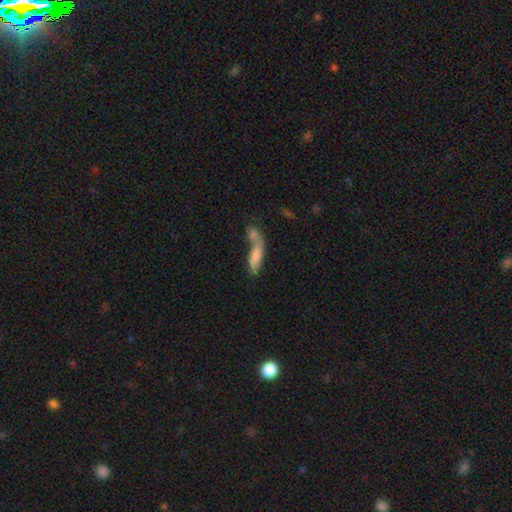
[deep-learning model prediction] Overall: smooth (77%). How rounded: in between (49%; cigar-shaped 48%). Merging: merger (59%; none 23%).